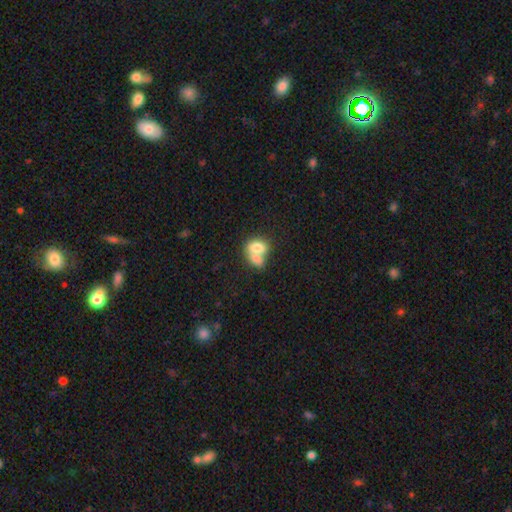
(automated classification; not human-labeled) A smooth galaxy with no disk features (73%) that is in between round and cigar-shaped (70%).

Vote fractions:
- Smooth or featured? smooth: 73% / featured or disk: 19% / star or artifact: 8%
- How rounded? in between: 70% / round: 28% / cigar-shaped: 2%
- Merging? merger: 71% / none: 18% / minor disturbance: 7% / major disturbance: 4%